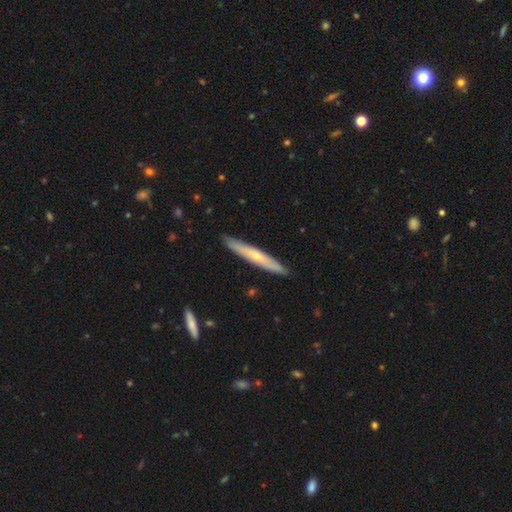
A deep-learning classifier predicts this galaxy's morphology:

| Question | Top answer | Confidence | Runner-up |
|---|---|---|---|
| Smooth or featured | featured or disk | 50% | smooth (44%) |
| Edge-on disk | yes | 91% | no (9%) |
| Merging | none | 90% | minor disturbance (8%) |